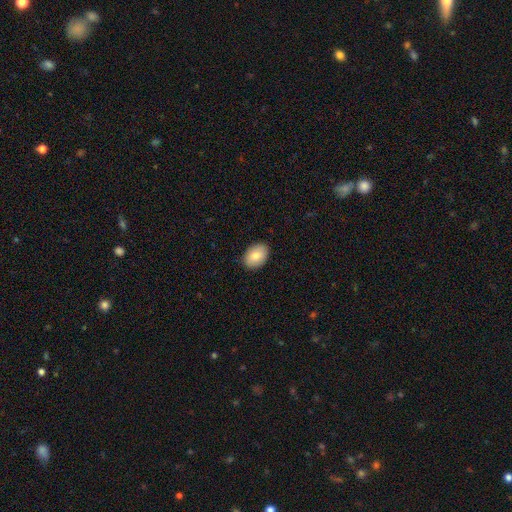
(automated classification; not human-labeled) Smooth or featured? smooth (83%)
How rounded? in between (83%)
Merging? none (89%)